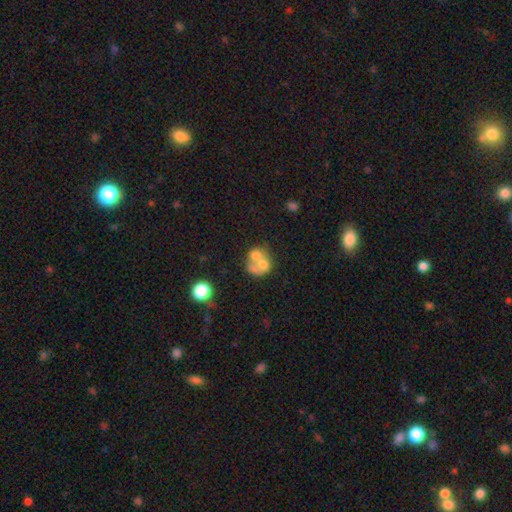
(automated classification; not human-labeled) A smooth galaxy with no disk features (57%) that is round (62%). Merging: merger (68%).